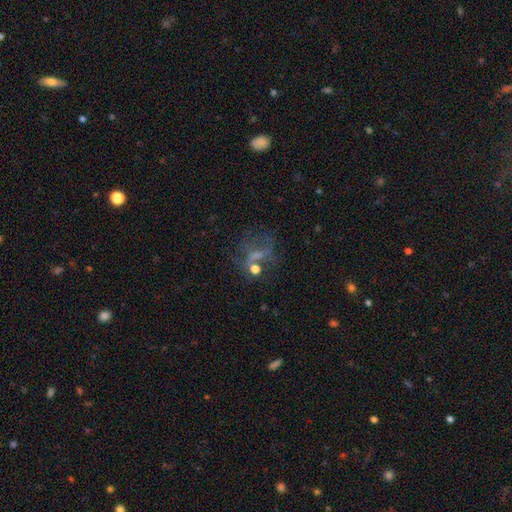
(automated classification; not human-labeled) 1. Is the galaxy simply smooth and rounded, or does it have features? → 39% featured or disk, 32% star or artifact, 29% smooth.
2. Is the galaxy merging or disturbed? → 42% none, 30% major disturbance, 16% minor disturbance, 12% merger.